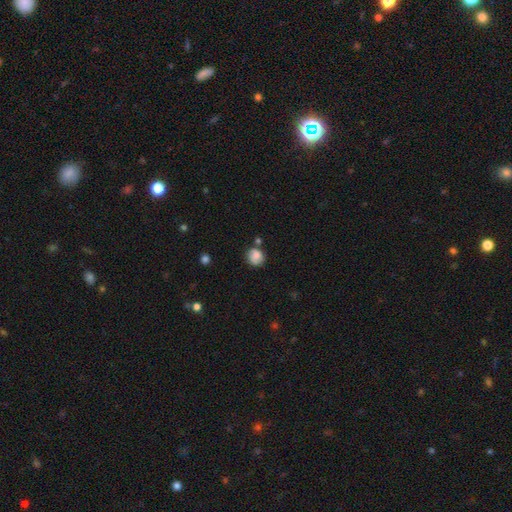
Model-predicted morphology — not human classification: Q: Smooth or featured?
A: smooth (77%); runner-up: featured or disk (14%)
Q: How rounded?
A: round (82%); runner-up: in between (17%)
Q: Merging?
A: none (64%); runner-up: minor disturbance (20%)